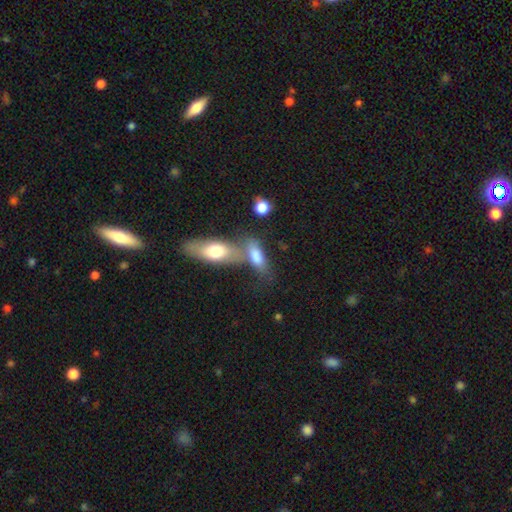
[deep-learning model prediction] A smooth galaxy with no disk features (75%) that is in between round and cigar-shaped (75%).

Vote fractions:
- Smooth or featured? smooth: 75% / featured or disk: 17% / star or artifact: 8%
- How rounded? in between: 75% / cigar-shaped: 19% / round: 5%
- Merging? merger: 48% / none: 33% / minor disturbance: 12% / major disturbance: 7%